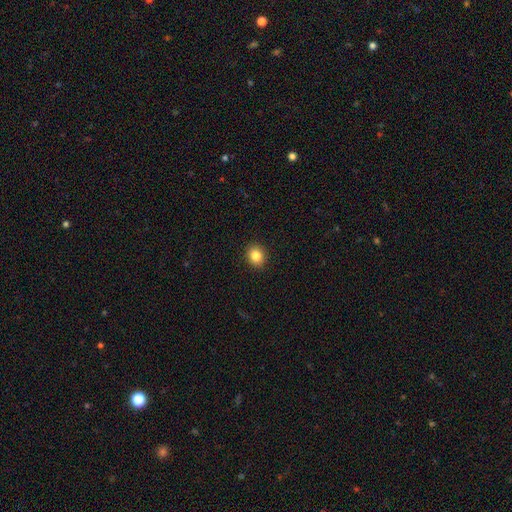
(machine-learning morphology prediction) Smooth or featured? Predicted: smooth (p=0.85). How rounded? Predicted: round (p=0.65). Merging? Predicted: none (p=0.91).